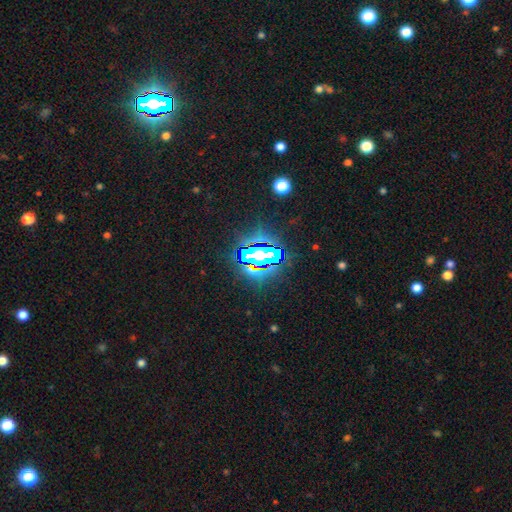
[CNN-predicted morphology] smooth_or_featured: star or artifact (p=0.70) [alt: smooth p=0.17]